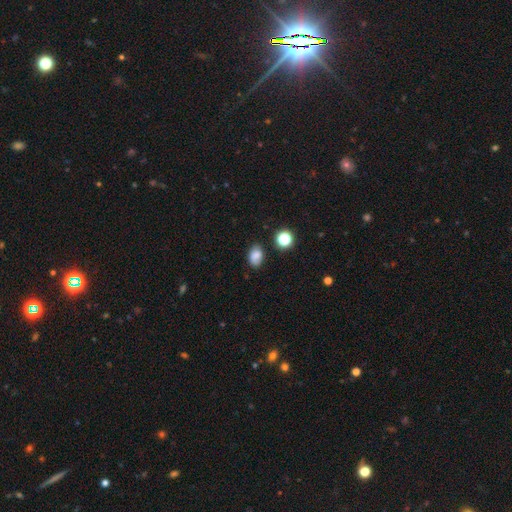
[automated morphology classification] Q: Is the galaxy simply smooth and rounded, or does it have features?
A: smooth — 82%.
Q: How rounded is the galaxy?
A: in between — 81%.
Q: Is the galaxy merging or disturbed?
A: none — 79%.